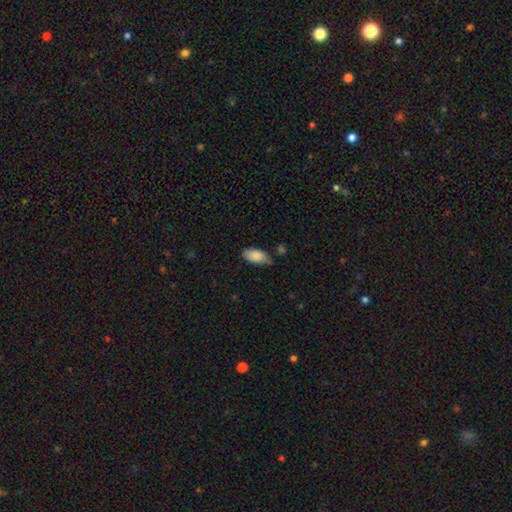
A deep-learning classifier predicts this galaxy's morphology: Smooth or featured? smooth (87%)
How rounded? in between (93%)
Merging? none (62%)